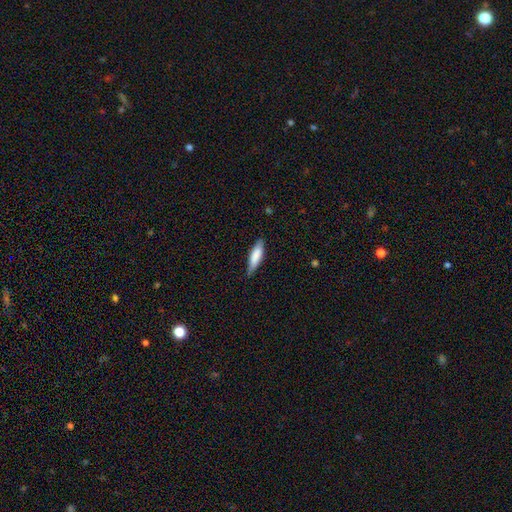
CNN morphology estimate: Smooth or featured? Predicted: smooth (p=0.80). How rounded? Predicted: cigar-shaped (p=0.57). Merging? Predicted: none (p=0.79).